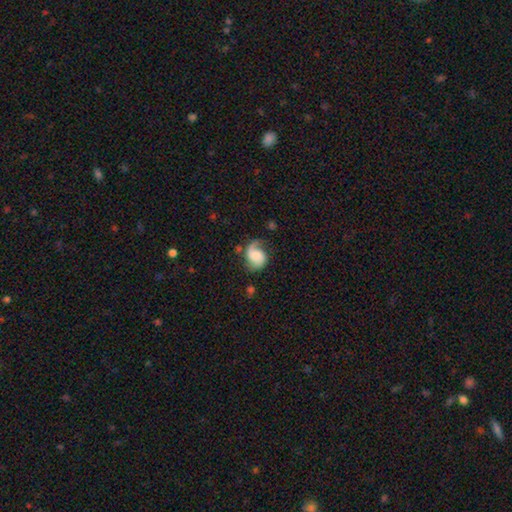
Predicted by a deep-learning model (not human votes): A featured or disk galaxy (72%) with no bar (55%), 2 (72%) loose (43%) spiral arms (95%) and a moderate central bulge (29%).

Vote fractions:
- Smooth or featured? featured or disk: 72% / smooth: 21% / star or artifact: 7%
- Edge-on disk? no: 98% / yes: 2%
- Bar? no: 55% / weak: 36% / strong: 9%
- Spiral arms? yes: 95% / no: 5%
- Spiral winding? loose: 43% / medium: 41% / tight: 15%
- Spiral arm count? 2: 72% / 1: 23% / can't tell: 3% / 3: 1% / 4: 1% / more than 4: 1%
- Bulge size? moderate: 29% / small: 24% / none: 22% / large: 20% / dominant: 5%
- Merging? none: 60% / minor disturbance: 23% / major disturbance: 14% / merger: 3%